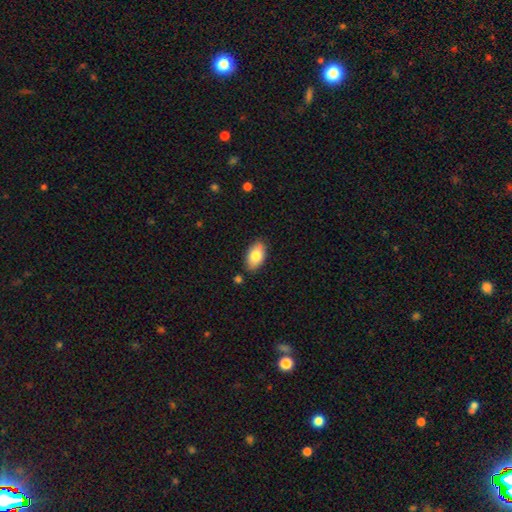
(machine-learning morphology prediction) Overall: smooth (79%). How rounded: in between (92%). Merging: none (82%).